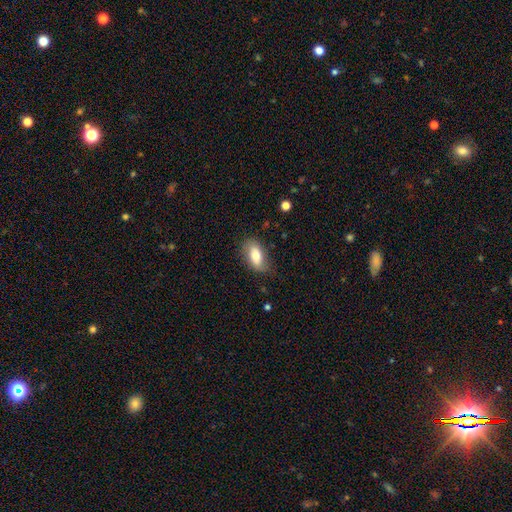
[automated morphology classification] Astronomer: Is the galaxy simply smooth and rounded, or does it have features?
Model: smooth — 71%.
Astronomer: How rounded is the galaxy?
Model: in between — 90%.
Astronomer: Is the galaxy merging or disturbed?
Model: none — 71%.